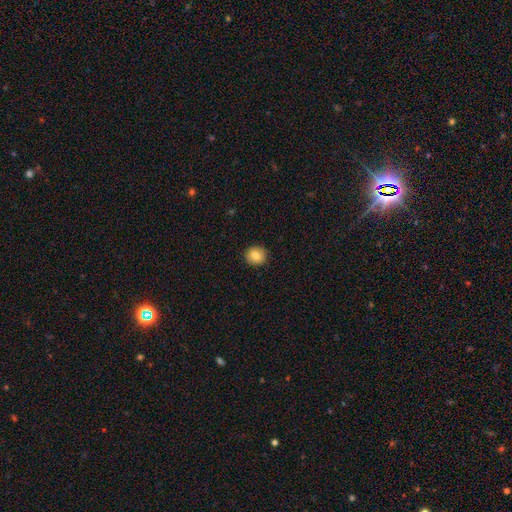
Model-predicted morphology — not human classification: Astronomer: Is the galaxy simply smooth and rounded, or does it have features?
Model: smooth — 83%.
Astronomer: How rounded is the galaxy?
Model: round — 87%.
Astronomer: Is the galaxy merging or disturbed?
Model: none — 92%.